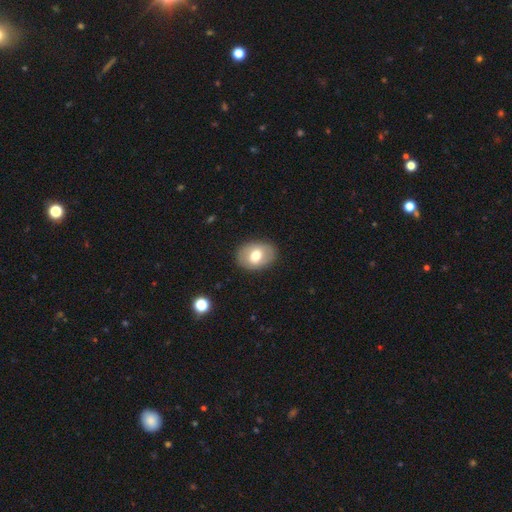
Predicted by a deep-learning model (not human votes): Smooth or featured?
  - smooth: 64% *
  - featured or disk: 28%
  - star or artifact: 7%
How rounded?
  - in between: 71% *
  - round: 29%
  - cigar-shaped: 1%
Merging?
  - none: 85% *
  - minor disturbance: 11%
  - major disturbance: 3%
  - merger: 1%